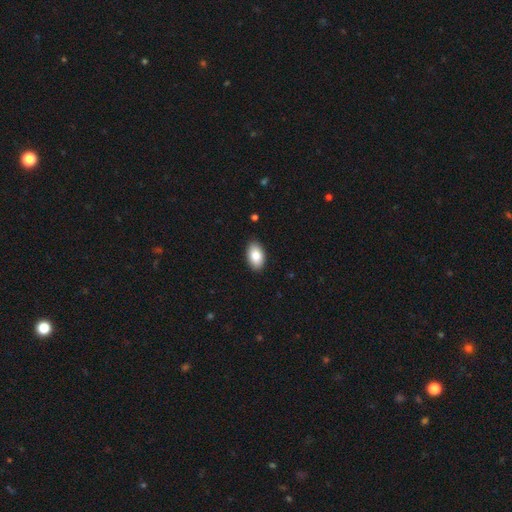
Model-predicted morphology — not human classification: The model was most divided on "smooth or featured": smooth: 86%, featured or disk: 7%, star or artifact: 7%. More confident: how rounded — in between (94%); merging — none (89%).